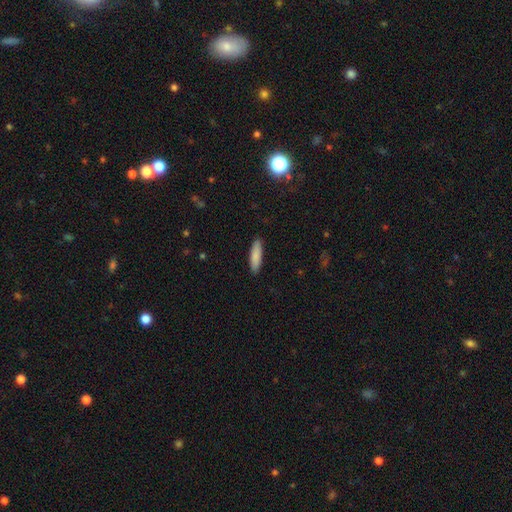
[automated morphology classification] Overall: smooth (87%). How rounded: cigar-shaped (68%; in between 31%). Merging: none (90%).